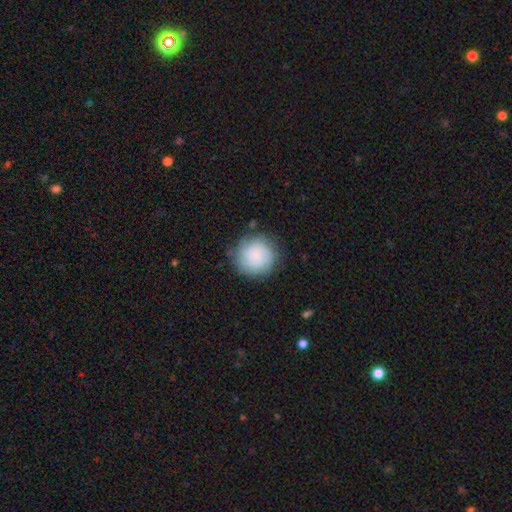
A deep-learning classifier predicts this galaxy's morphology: Smooth or featured? Predicted: smooth (p=0.70). How rounded? Predicted: round (p=0.92). Merging? Predicted: none (p=0.75).